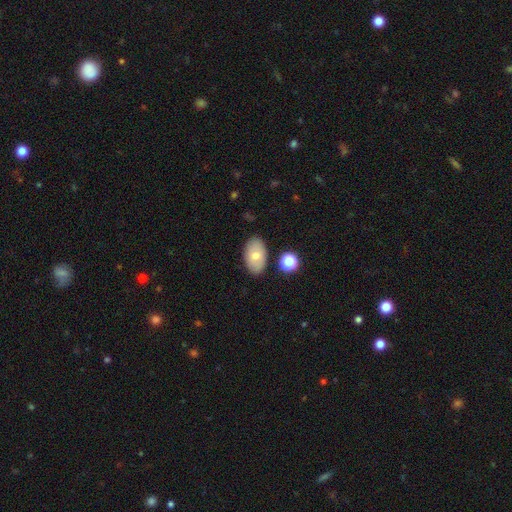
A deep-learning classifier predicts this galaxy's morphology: A smooth galaxy with no disk features (72%) that is in between round and cigar-shaped (92%). Merging: none (83%).